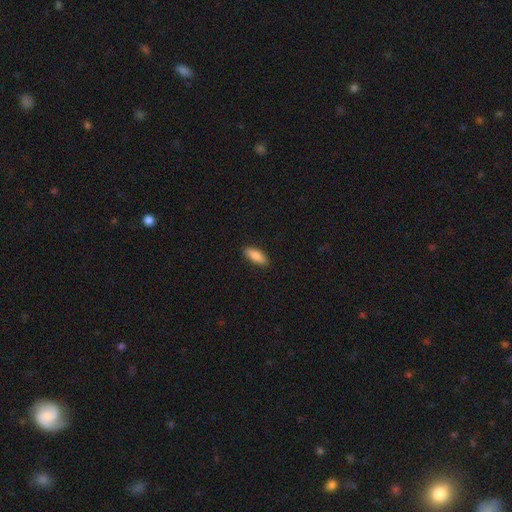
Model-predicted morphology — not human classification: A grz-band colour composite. It shows a smooth galaxy with no disk features (87%) that is in between round and cigar-shaped (71%). Merging: none (89%).